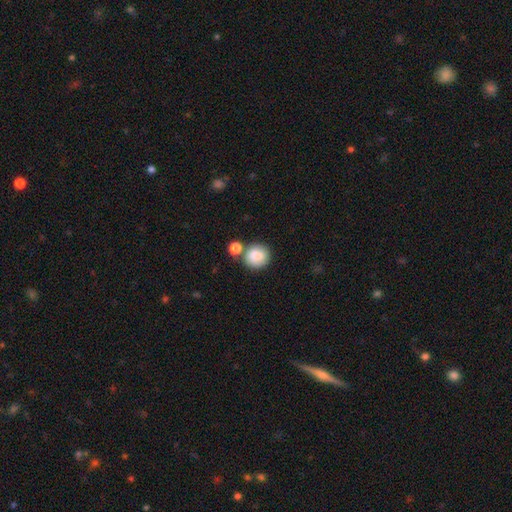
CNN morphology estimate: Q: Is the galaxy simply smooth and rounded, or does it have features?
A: smooth — 85%.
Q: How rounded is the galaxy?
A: round — 86%.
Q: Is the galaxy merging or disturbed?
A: none — 62%.